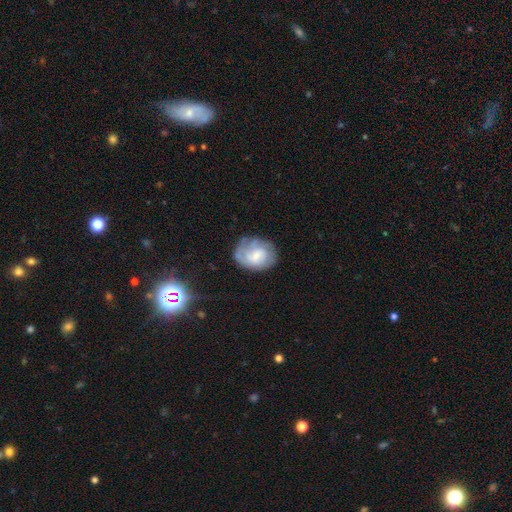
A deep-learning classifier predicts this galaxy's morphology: Smooth or featured?
  - featured or disk: 54% *
  - smooth: 39%
  - star or artifact: 7%
Edge-on disk?
  - no: 97% *
  - yes: 3%
Bar?
  - no: 55% *
  - weak: 38%
  - strong: 6%
Spiral arms?
  - yes: 76% *
  - no: 24%
Bulge size?
  - small: 50% *
  - moderate: 35%
  - none: 9%
  - large: 5%
  - dominant: 1%
Merging?
  - none: 62% *
  - minor disturbance: 24%
  - major disturbance: 12%
  - merger: 2%